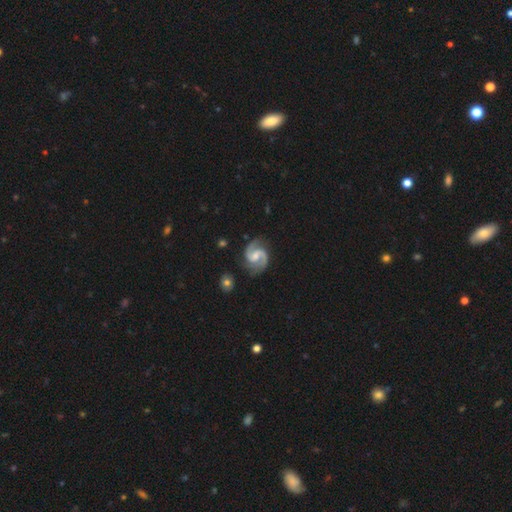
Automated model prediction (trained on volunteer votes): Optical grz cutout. It shows a featured or disk galaxy (93%) with a weak bar (53%), 2 (94%) medium (63%) spiral arms (98%) and a moderate central bulge (44%). Merging: none (81%).